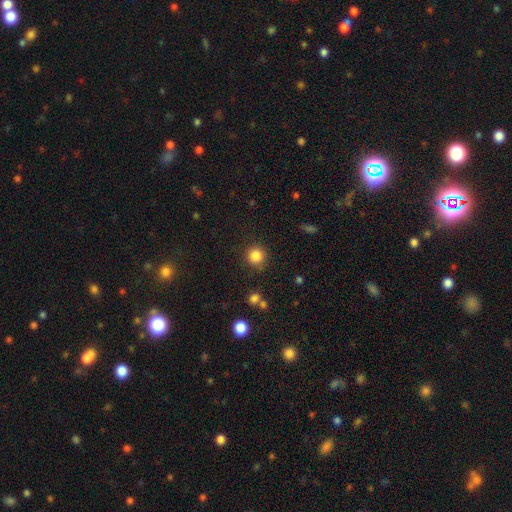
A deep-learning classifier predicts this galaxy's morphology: Smooth or featured?
  - smooth: 84% *
  - star or artifact: 11%
  - featured or disk: 4%
How rounded?
  - round: 93% *
  - in between: 6%
  - cigar-shaped: 1%
Merging?
  - none: 86% *
  - minor disturbance: 8%
  - major disturbance: 3%
  - merger: 3%